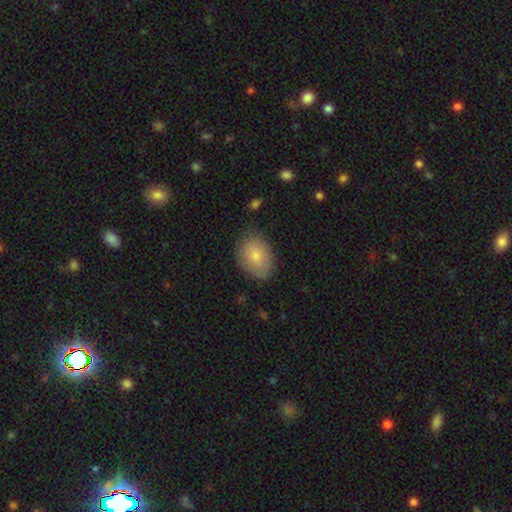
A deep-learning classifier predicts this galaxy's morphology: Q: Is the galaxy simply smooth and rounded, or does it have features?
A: smooth — 79%.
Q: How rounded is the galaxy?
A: in between — 73%.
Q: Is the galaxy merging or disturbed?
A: none — 78%.